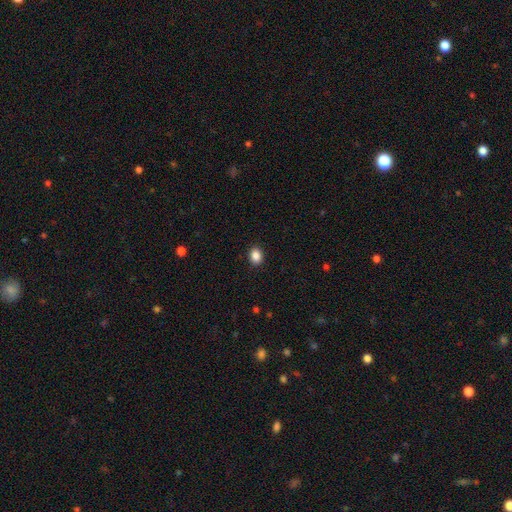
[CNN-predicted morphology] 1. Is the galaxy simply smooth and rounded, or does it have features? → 88% smooth, 9% star or artifact, 3% featured or disk.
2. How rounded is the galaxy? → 58% in between, 41% round, 1% cigar-shaped.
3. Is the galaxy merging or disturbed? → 90% none, 7% minor disturbance, 2% major disturbance, 1% merger.